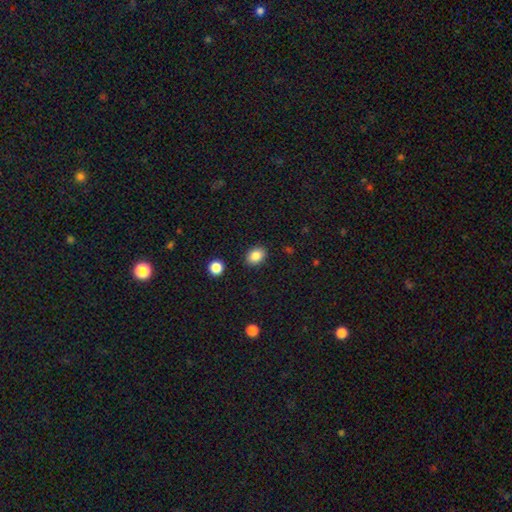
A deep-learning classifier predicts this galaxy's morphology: smooth_or_featured: smooth (p=0.86) [alt: star or artifact p=0.09]
how_rounded: in between (p=0.66) [alt: round p=0.33]
merging: none (p=0.88) [alt: minor disturbance p=0.08]